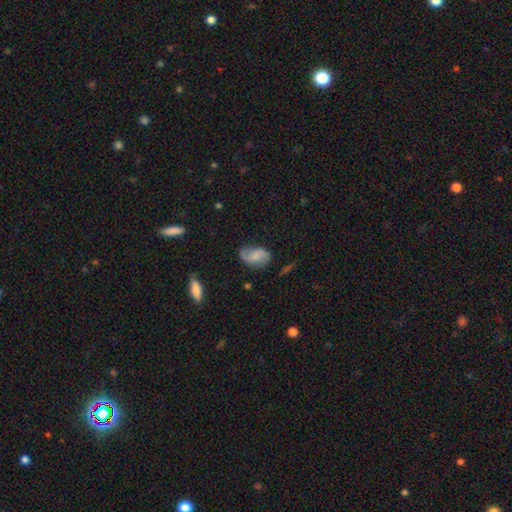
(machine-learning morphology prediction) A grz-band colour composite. It shows a featured or disk galaxy (59%) with no bar (50%), 2 (86%) loose (52%) spiral arms (92%) and no central bulge (42%). Merging: none (68%).